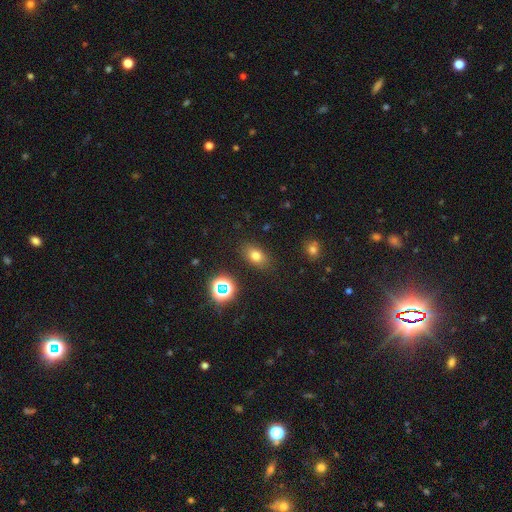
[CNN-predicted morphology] Overall: smooth (72%). How rounded: in between (78%). Merging: none (85%).